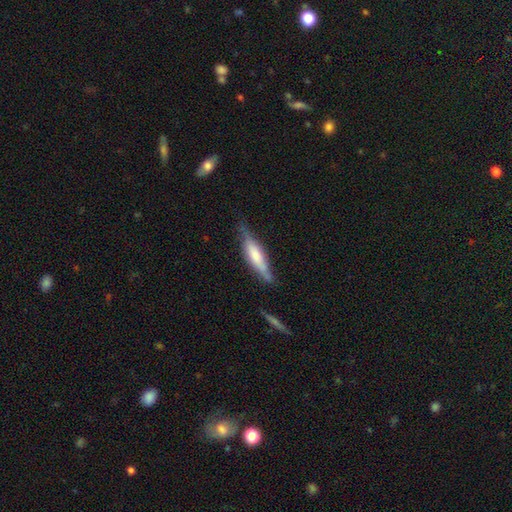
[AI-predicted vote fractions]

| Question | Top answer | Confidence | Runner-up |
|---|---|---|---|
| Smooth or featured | smooth | 51% | featured or disk (43%) |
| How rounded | cigar-shaped | 76% | in between (23%) |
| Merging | none | 68% | minor disturbance (25%) |